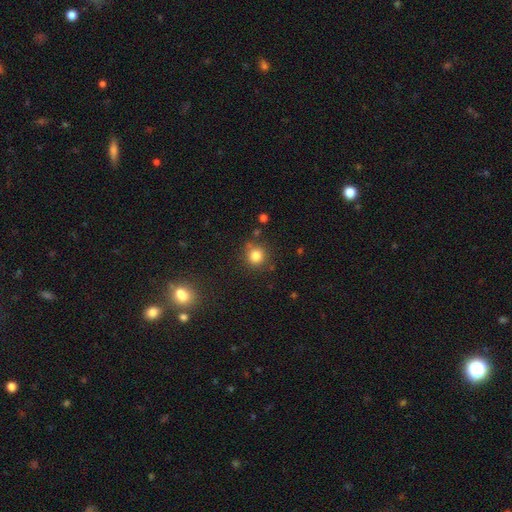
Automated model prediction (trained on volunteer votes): Overall: smooth (82%). How rounded: round (91%). Merging: none (80%).